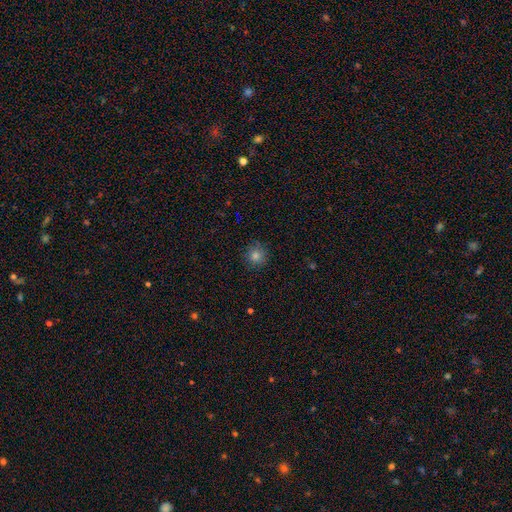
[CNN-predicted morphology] Smooth or featured: smooth — 77% (star or artifact — 16%)
How rounded: round — 94% (in between — 5%)
Merging: none — 88% (minor disturbance — 9%)